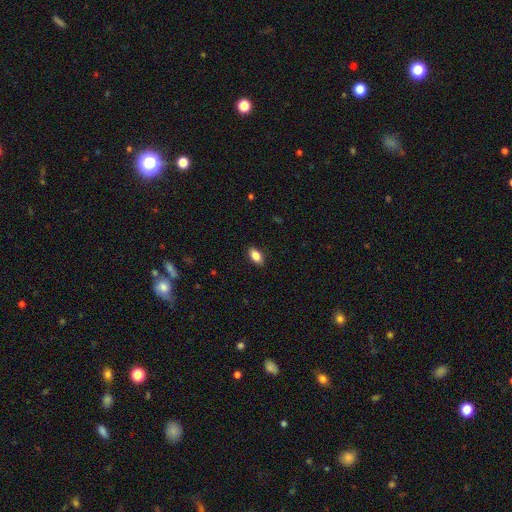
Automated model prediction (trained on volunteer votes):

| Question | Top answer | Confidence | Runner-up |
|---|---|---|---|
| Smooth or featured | smooth | 85% | star or artifact (8%) |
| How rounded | in between | 90% | round (6%) |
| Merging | none | 87% | minor disturbance (10%) |